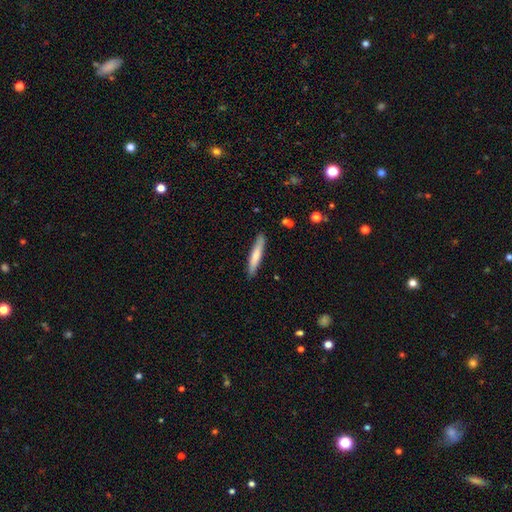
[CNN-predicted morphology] A smooth galaxy with no disk features (70%) that is cigar-shaped (91%). Merging: none (88%).